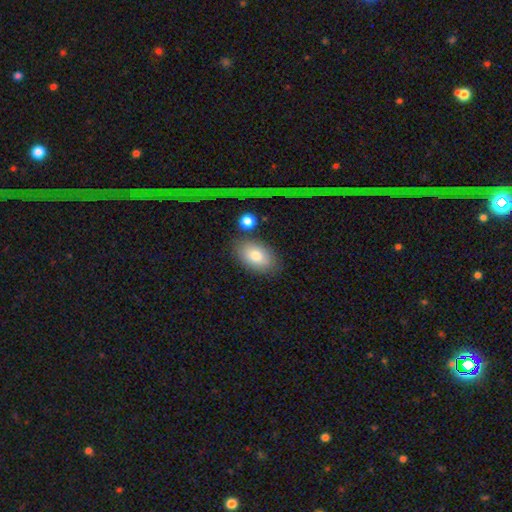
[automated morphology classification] Smooth or featured: smooth — 79% (featured or disk — 14%)
How rounded: in between — 89% (round — 9%)
Merging: none — 75% (minor disturbance — 13%)